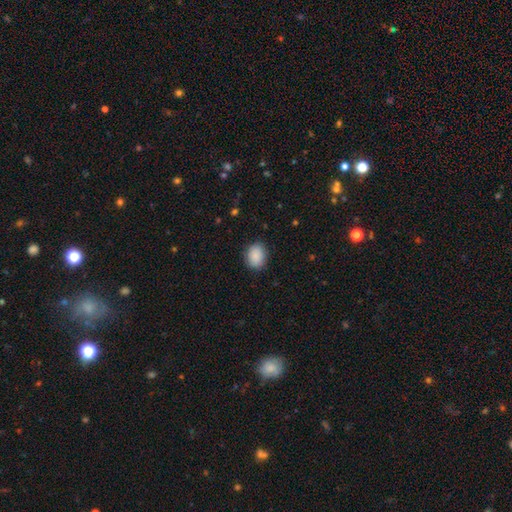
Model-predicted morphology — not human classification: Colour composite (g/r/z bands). It shows a smooth galaxy with no disk features (89%) that is in between round and cigar-shaped (61%). Merging: none (85%).